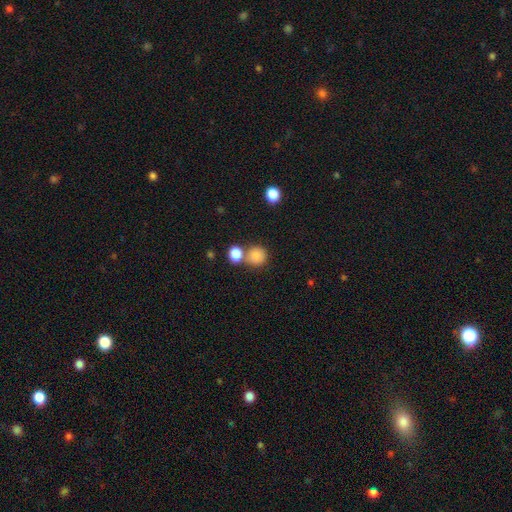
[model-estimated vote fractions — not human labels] Morphology: type=smooth (84%); roundness=round (87%); merging=none (60%).